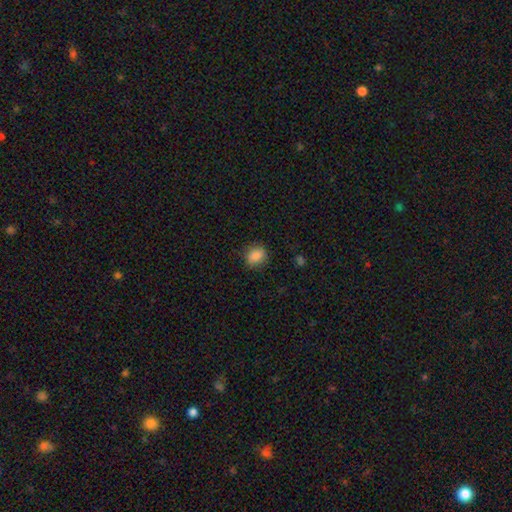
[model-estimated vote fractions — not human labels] Smooth or featured? smooth (86%)
How rounded? round (58%)
Merging? none (82%)